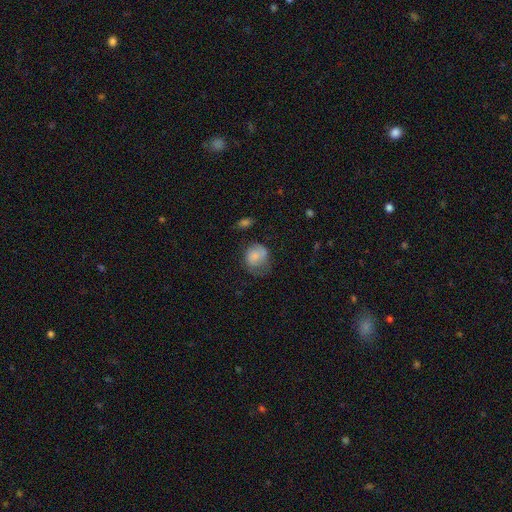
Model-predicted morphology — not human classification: Smooth or featured: smooth — 72% (featured or disk — 20%)
How rounded: round — 66% (in between — 33%)
Merging: none — 40% (minor disturbance — 33%)